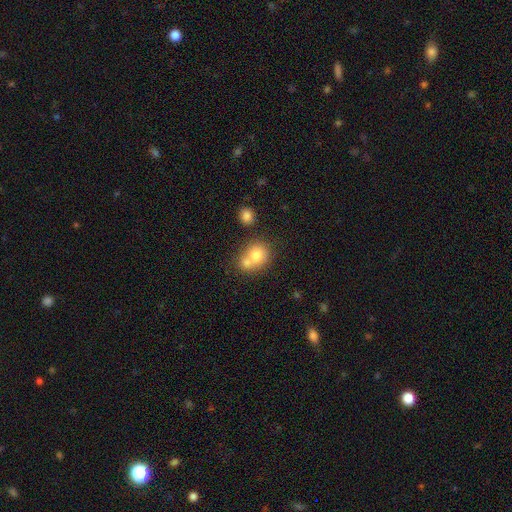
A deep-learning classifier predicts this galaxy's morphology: Q: Smooth or featured?
A: smooth (74%); runner-up: featured or disk (16%)
Q: How rounded?
A: round (76%); runner-up: in between (23%)
Q: Merging?
A: merger (54%); runner-up: none (35%)